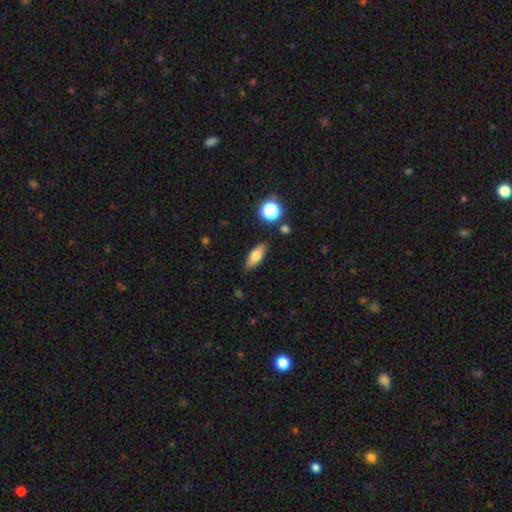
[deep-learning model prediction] Smooth or featured: smooth — 73% (featured or disk — 18%)
How rounded: in between — 70% (cigar-shaped — 25%)
Merging: none — 83% (minor disturbance — 12%)